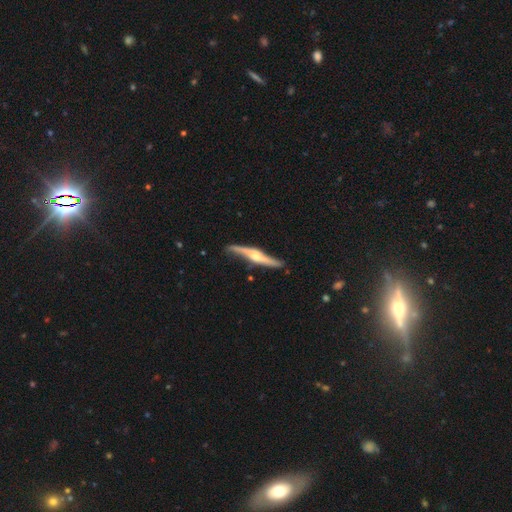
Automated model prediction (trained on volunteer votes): Smooth or featured: featured or disk — 80% (smooth — 15%)
Edge-on disk: yes — 88% (no — 12%)
Edge-on bulge: rounded — 92% (boxy — 5%)
Merging: none — 75% (minor disturbance — 18%)